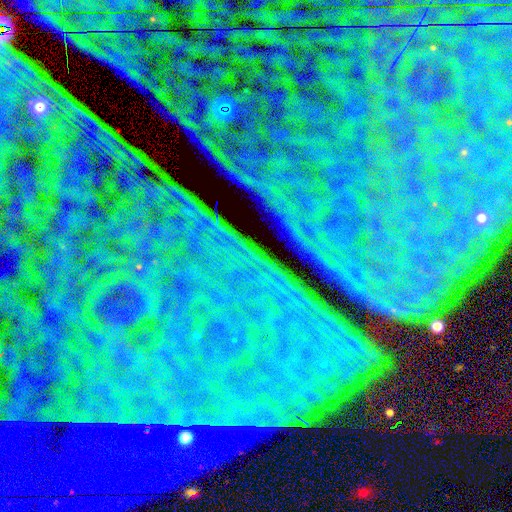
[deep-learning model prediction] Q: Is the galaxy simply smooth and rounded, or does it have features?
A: star or artifact — 85%.